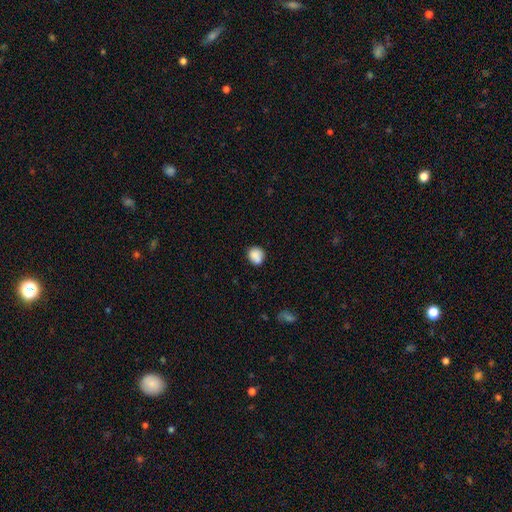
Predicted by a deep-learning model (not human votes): Smooth or featured? Predicted: smooth (p=0.86). How rounded? Predicted: round (p=0.73). Merging? Predicted: none (p=0.73).